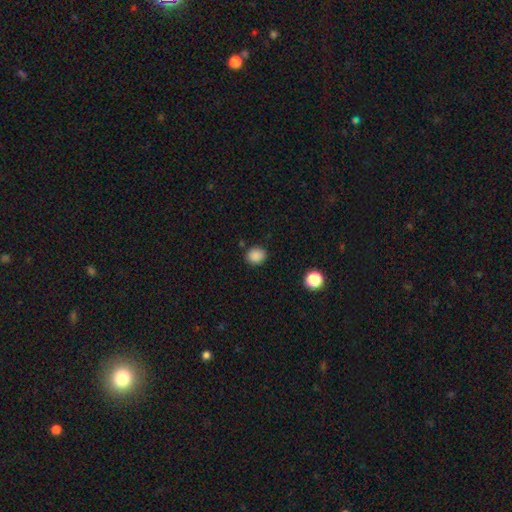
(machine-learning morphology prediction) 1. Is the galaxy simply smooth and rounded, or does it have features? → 87% smooth, 10% star or artifact, 3% featured or disk.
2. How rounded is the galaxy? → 68% round, 31% in between, 1% cigar-shaped.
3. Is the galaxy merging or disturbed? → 86% none, 9% minor disturbance, 2% major disturbance, 2% merger.